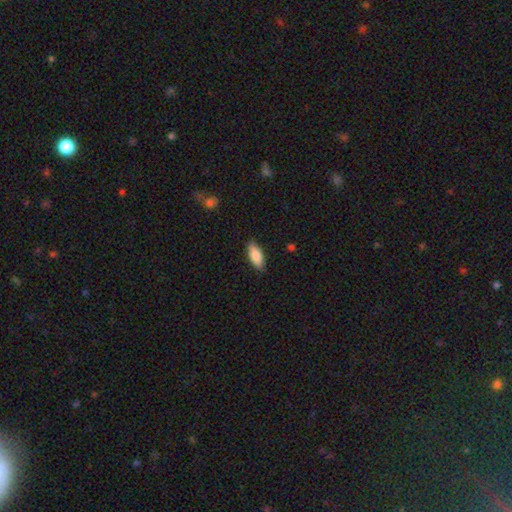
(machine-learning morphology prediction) A smooth galaxy with no disk features (84%) that is in between round and cigar-shaped (80%). Merging: none (87%).